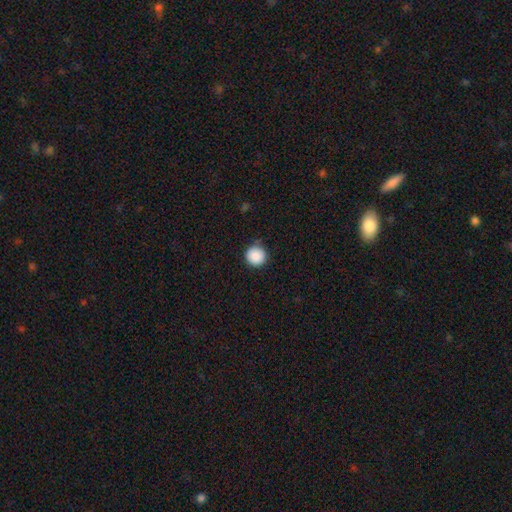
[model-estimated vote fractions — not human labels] Smooth or featured?
  - smooth: 89% *
  - star or artifact: 9%
  - featured or disk: 2%
How rounded?
  - round: 95% *
  - in between: 4%
  - cigar-shaped: 1%
Merging?
  - none: 88% *
  - minor disturbance: 8%
  - major disturbance: 2%
  - merger: 1%